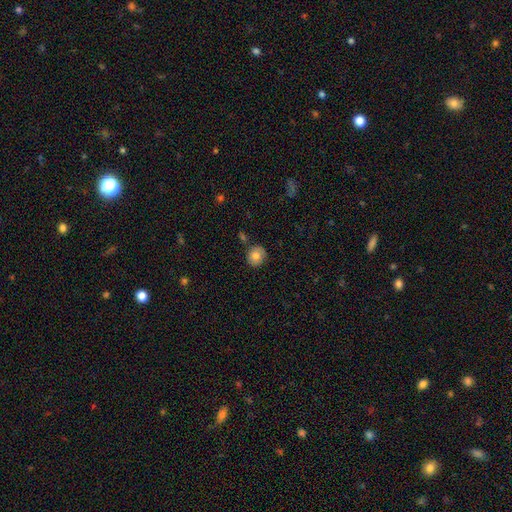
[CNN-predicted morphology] Smooth or featured: smooth — 79% (featured or disk — 13%)
How rounded: round — 85% (in between — 14%)
Merging: none — 81% (minor disturbance — 13%)